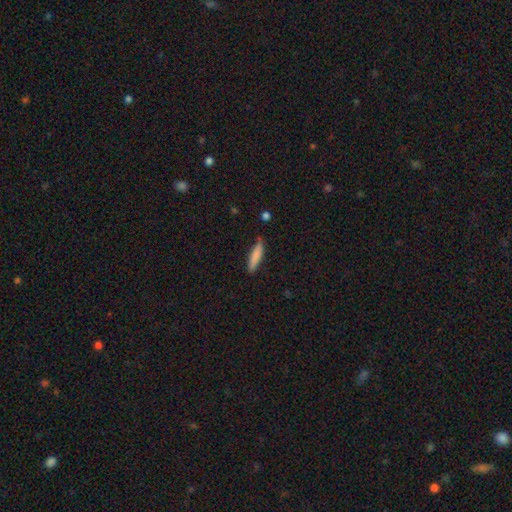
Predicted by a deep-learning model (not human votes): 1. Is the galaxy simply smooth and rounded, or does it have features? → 81% smooth, 13% featured or disk, 6% star or artifact.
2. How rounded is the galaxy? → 82% cigar-shaped, 17% in between, 1% round.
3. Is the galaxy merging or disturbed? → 81% none, 14% minor disturbance, 2% major disturbance, 2% merger.